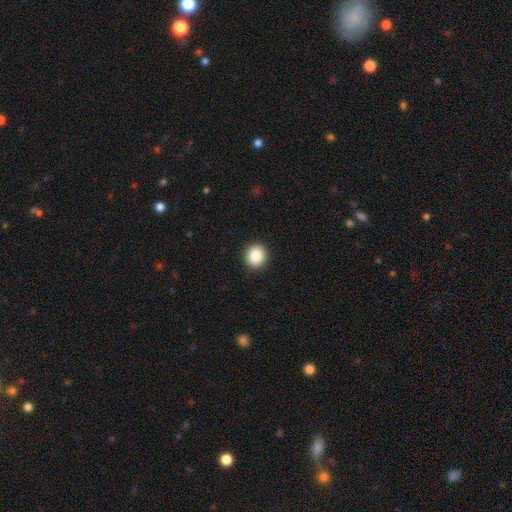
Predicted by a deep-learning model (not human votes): Smooth or featured?
  - smooth: 87% *
  - star or artifact: 9%
  - featured or disk: 5%
How rounded?
  - round: 88% *
  - in between: 12%
  - cigar-shaped: 1%
Merging?
  - none: 93% *
  - minor disturbance: 5%
  - major disturbance: 2%
  - merger: 1%